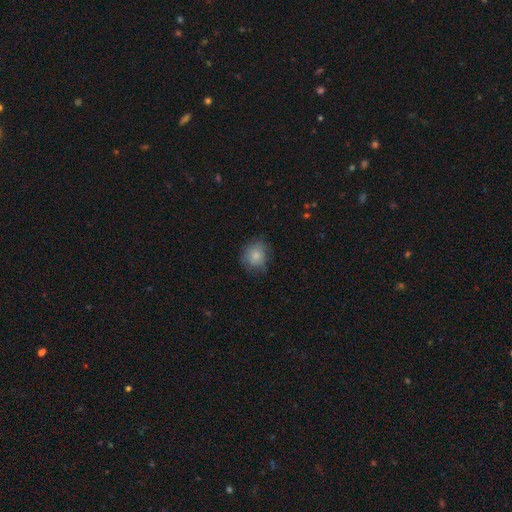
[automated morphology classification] This appears to be a smooth galaxy with no disk features (82%) that is round (75%). Merging: none (72%).